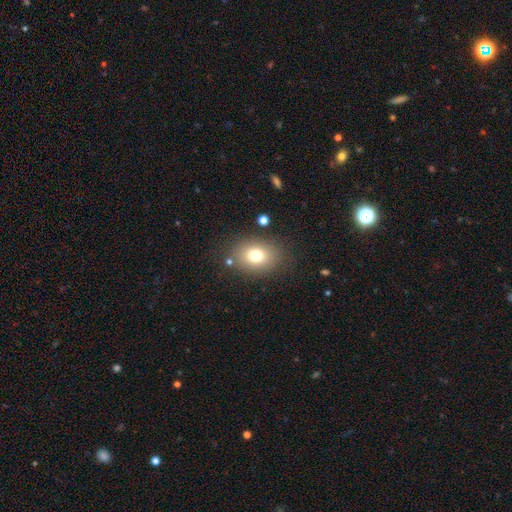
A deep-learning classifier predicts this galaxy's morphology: type=smooth (75%); roundness=in between (60%); merging=none (81%).